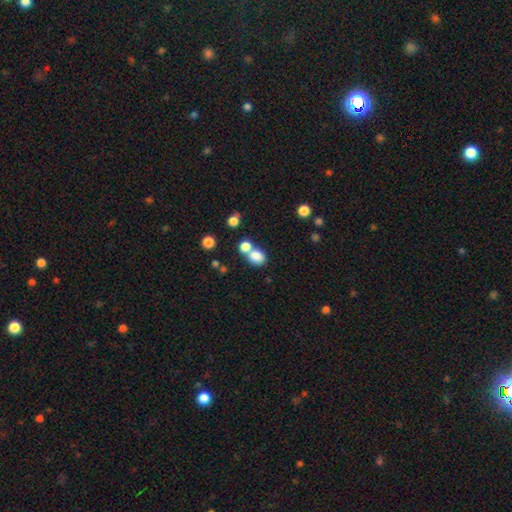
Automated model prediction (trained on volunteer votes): A smooth galaxy with no disk features (82%) that is round (52%). Merging: none (47%).